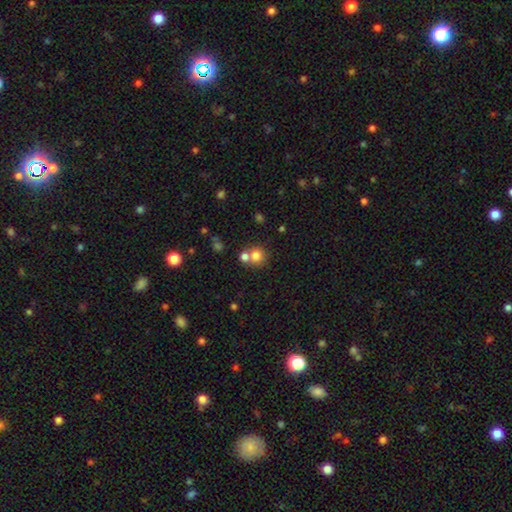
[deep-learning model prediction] smooth 76%, star or artifact 14%, featured or disk 10%. Down the decision tree: how rounded — round (88%); merging — none (53%).